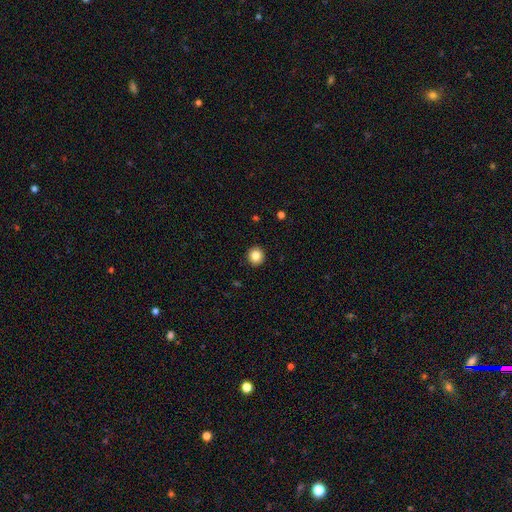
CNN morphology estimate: This is clearly a smooth galaxy (84%). How rounded: clearly round (92%). Merging: clearly none (93%).